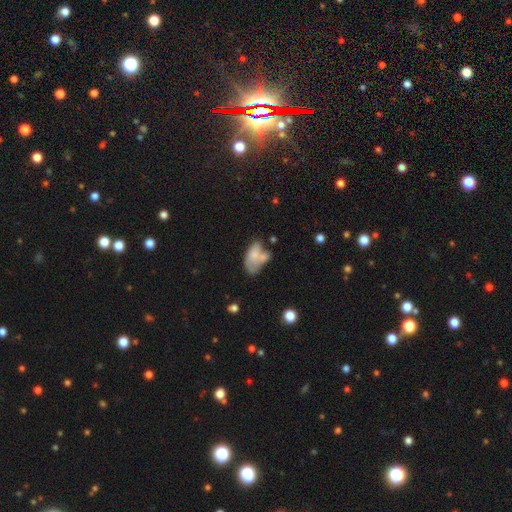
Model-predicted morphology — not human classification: This appears to be a smooth galaxy with no disk features (64%) that is in between round and cigar-shaped (90%). Merging: merger (44%).